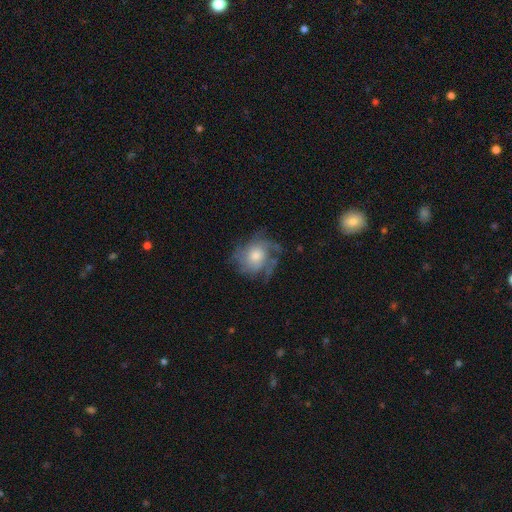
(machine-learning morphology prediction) smooth-or-featured: featured or disk: 69% | smooth: 21% | star or artifact: 10%
  disk-edge-on: no: 97% | yes: 3%
    bar: no: 81% | weak: 17% | strong: 2%
    has-spiral-arms: yes: 87% | no: 13%
      spiral-winding: tight: 44% | medium: 39% | loose: 17%
      spiral-arm-count: can't tell: 36% | 3: 21% | 4: 19% | 2: 10% | more than 4: 8% | 1: 6%
    bulge-size: moderate: 59% | small: 20% | large: 17% | none: 3% | dominant: 2%
  merging: none: 63% | minor disturbance: 20% | major disturbance: 16% | merger: 2%